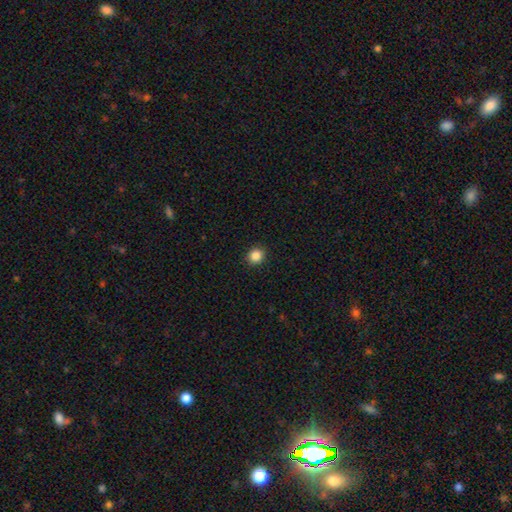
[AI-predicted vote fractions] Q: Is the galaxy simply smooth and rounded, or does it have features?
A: smooth — 86%.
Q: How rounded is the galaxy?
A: round — 85%.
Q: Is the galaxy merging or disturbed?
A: none — 92%.